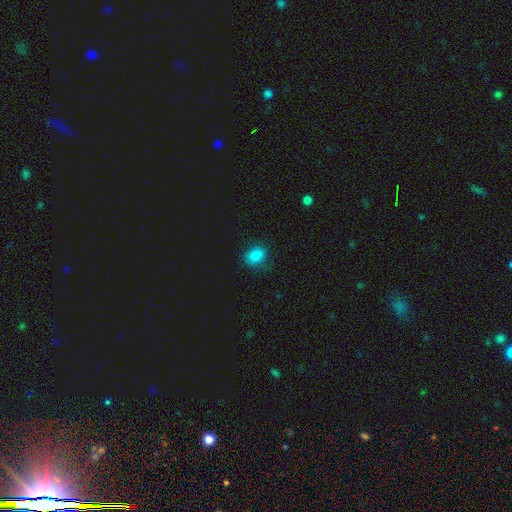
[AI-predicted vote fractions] Smooth or featured?
  - smooth: 85% *
  - star or artifact: 11%
  - featured or disk: 4%
How rounded?
  - in between: 69% *
  - round: 29%
  - cigar-shaped: 1%
Merging?
  - none: 73% *
  - minor disturbance: 20%
  - major disturbance: 6%
  - merger: 1%